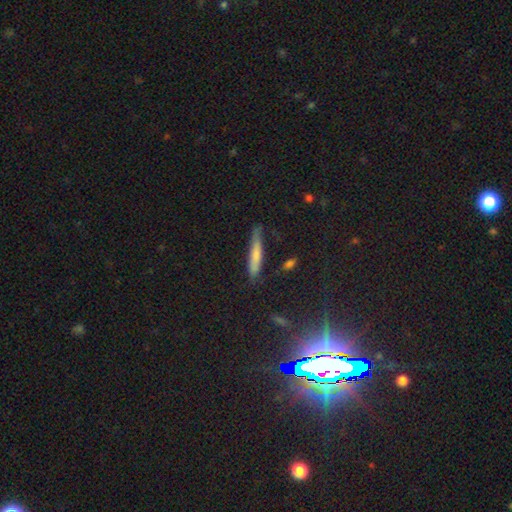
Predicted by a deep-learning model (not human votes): Smooth or featured? smooth (70%)
How rounded? cigar-shaped (89%)
Merging? none (70%)